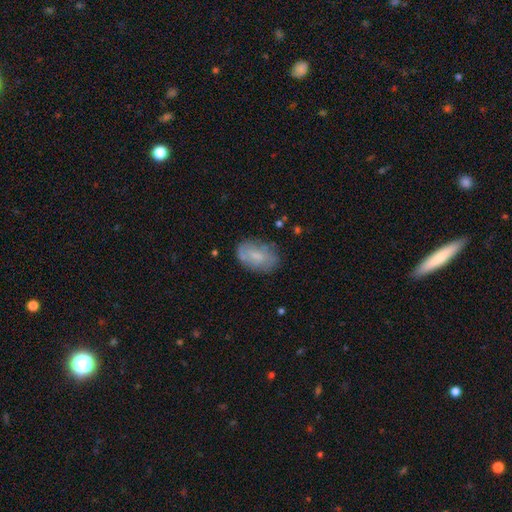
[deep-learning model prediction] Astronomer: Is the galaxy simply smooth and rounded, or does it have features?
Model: smooth — 60%.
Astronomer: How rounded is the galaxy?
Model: in between — 87%.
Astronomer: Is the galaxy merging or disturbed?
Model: none — 68%.